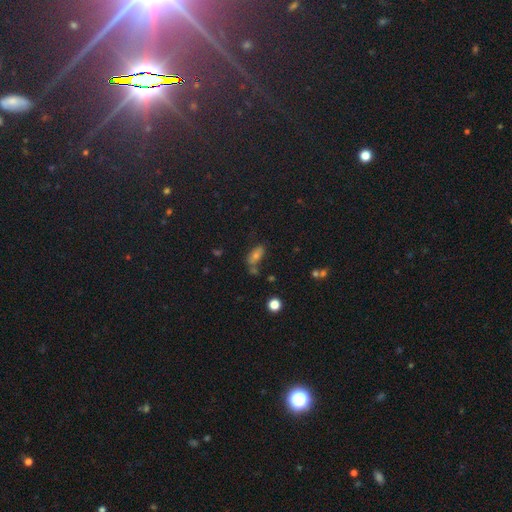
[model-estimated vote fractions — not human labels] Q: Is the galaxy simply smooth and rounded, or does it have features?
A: smooth — 58%.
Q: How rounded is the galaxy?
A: in between — 79%.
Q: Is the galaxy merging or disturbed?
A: none — 60%.